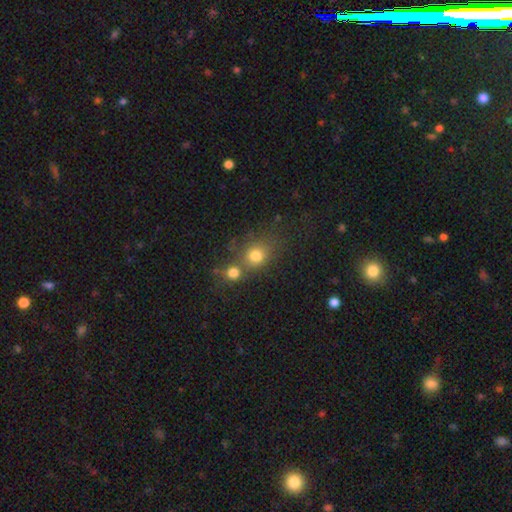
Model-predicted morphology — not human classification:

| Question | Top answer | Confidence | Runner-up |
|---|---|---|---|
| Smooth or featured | smooth | 75% | star or artifact (15%) |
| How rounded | round | 78% | in between (21%) |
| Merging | none | 45% | merger (42%) |